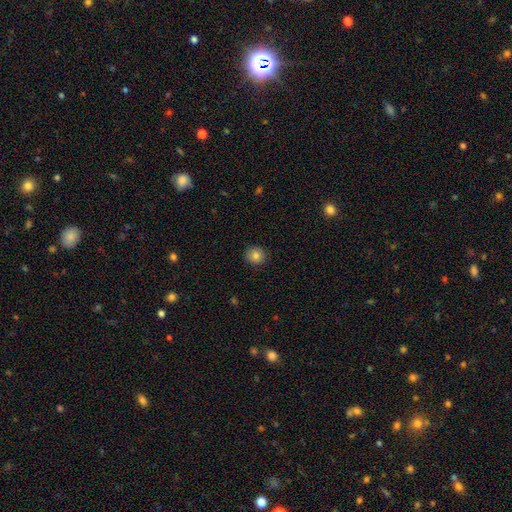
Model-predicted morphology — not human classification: The model was most divided on "smooth or featured": smooth: 81%, star or artifact: 10%, featured or disk: 9%. More confident: merging — none (89%); how rounded — round (89%).